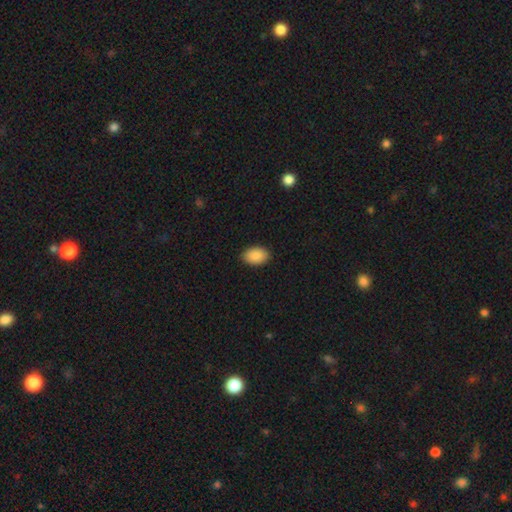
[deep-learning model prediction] Morphology: type=smooth (90%); roundness=in between (90%); merging=none (89%).